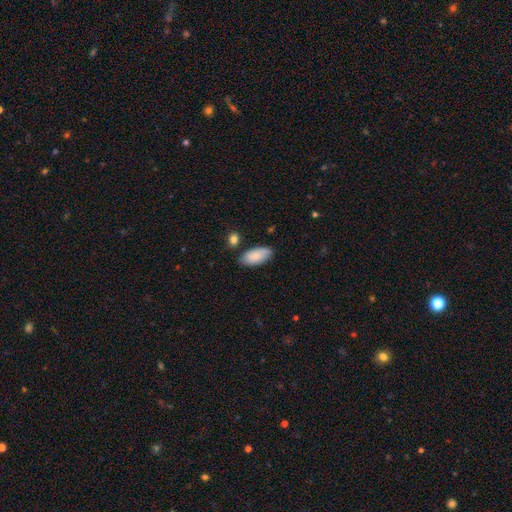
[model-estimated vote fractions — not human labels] Morphology: type=smooth (86%); roundness=in between (92%); merging=none (77%).